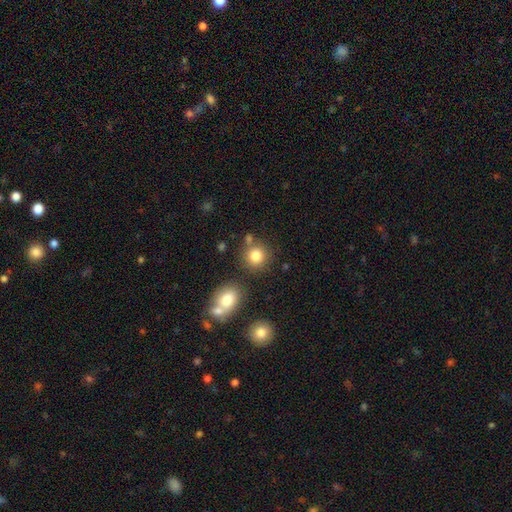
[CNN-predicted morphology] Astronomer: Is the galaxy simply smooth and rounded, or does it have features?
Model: smooth — 82%.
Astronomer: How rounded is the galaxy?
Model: round — 87%.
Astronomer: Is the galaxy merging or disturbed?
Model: none — 73%.